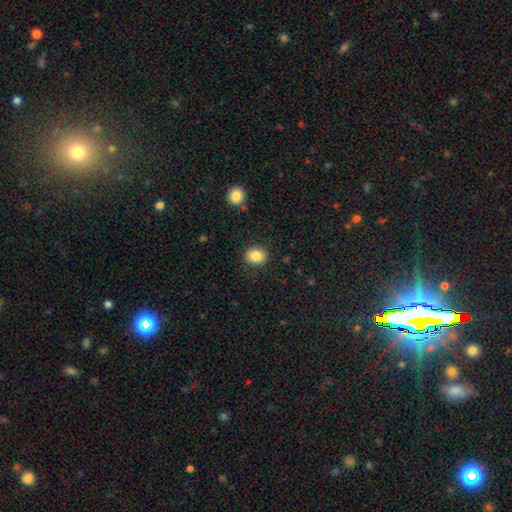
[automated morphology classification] The model was most divided on "how rounded": round: 67%, in between: 32%, cigar-shaped: 1%. More confident: merging — none (89%); smooth or featured — smooth (84%).